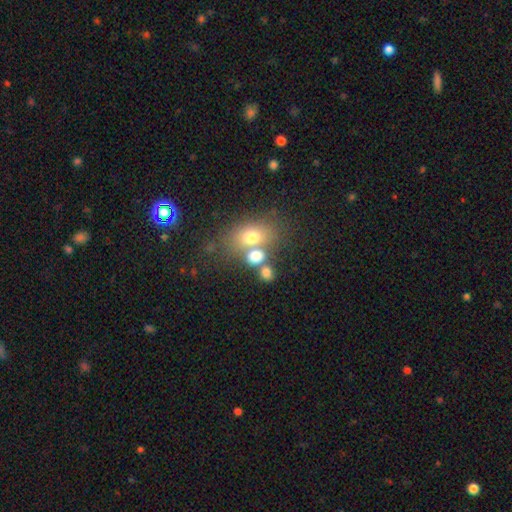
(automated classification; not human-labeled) Q: Smooth or featured?
A: smooth (71%); runner-up: featured or disk (16%)
Q: How rounded?
A: in between (59%); runner-up: round (40%)
Q: Merging?
A: none (43%); runner-up: merger (41%)